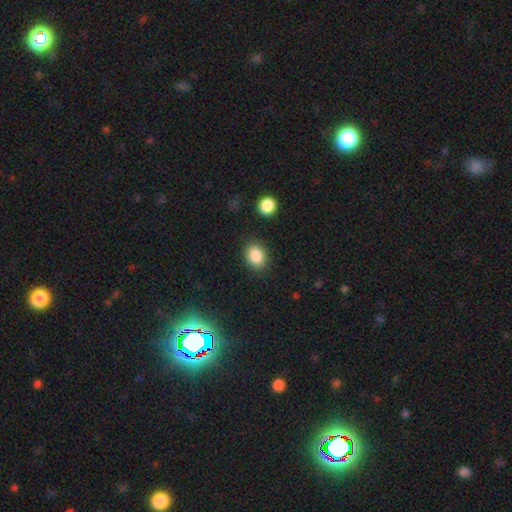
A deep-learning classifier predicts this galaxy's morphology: A smooth galaxy with no disk features (86%) that is in between round and cigar-shaped (57%).

Vote fractions:
- Smooth or featured? smooth: 86% / star or artifact: 9% / featured or disk: 5%
- How rounded? in between: 57% / round: 42% / cigar-shaped: 1%
- Merging? none: 85% / minor disturbance: 10% / major disturbance: 3% / merger: 2%